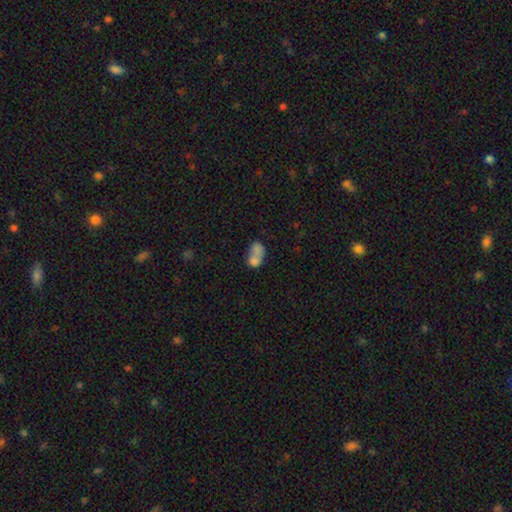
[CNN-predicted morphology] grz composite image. It shows a smooth galaxy with no disk features (71%) that is in between round and cigar-shaped (72%). Merging: merger (67%).